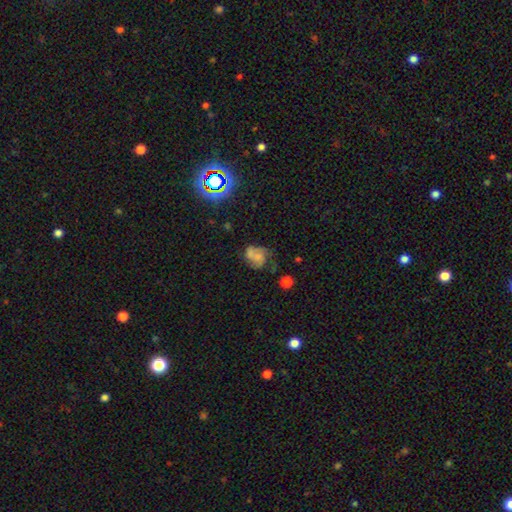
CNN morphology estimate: The model was most divided on "bulge size": none: 43%, small: 33%, moderate: 18%, large: 4%, dominant: 2%. Remaining: edge-on disk — no (98%); spiral arms — yes (75%); bar — no (72%); smooth or featured — featured or disk (55%); merging — none (42%).